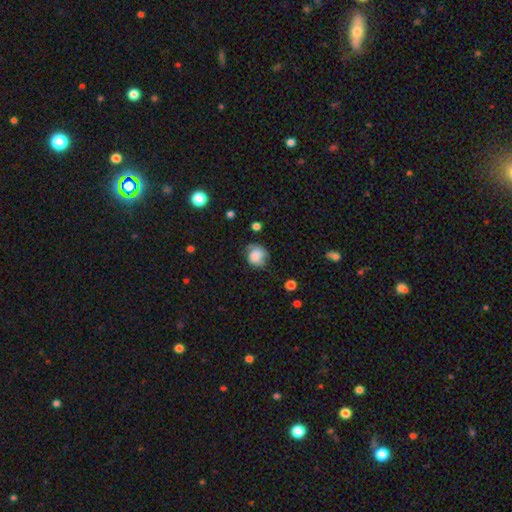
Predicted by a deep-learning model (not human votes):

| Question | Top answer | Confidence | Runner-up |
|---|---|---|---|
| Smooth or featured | smooth | 75% | featured or disk (16%) |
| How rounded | round | 72% | in between (27%) |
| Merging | none | 56% | minor disturbance (31%) |